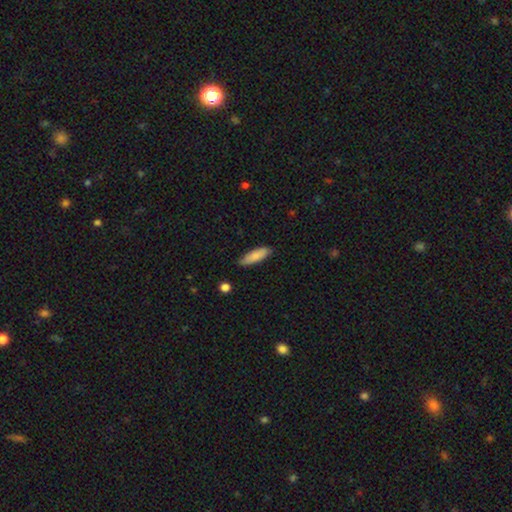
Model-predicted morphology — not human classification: A smooth galaxy with no disk features (85%) that is cigar-shaped (53%).

Vote fractions:
- Smooth or featured? smooth: 85% / featured or disk: 9% / star or artifact: 6%
- How rounded? cigar-shaped: 53% / in between: 45% / round: 2%
- Merging? none: 84% / minor disturbance: 12% / major disturbance: 2% / merger: 1%